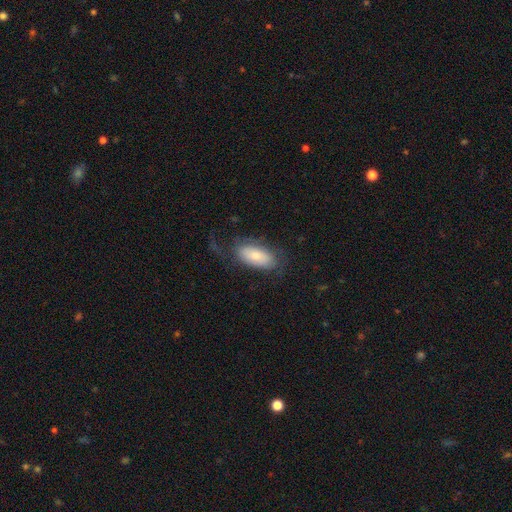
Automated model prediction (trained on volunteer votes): Q: Smooth or featured?
A: smooth (69%); runner-up: featured or disk (25%)
Q: How rounded?
A: in between (91%); runner-up: cigar-shaped (7%)
Q: Merging?
A: none (58%); runner-up: minor disturbance (23%)